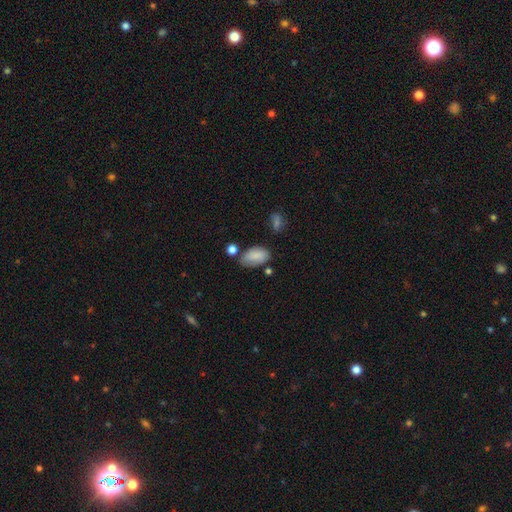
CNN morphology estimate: Smooth or featured? Predicted: smooth (p=0.84). How rounded? Predicted: in between (p=0.93). Merging? Predicted: none (p=0.60).